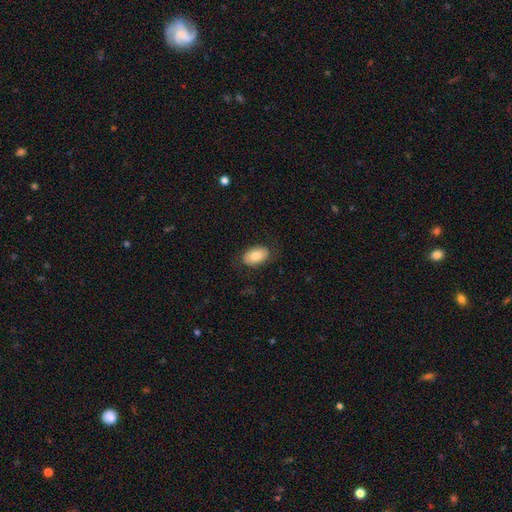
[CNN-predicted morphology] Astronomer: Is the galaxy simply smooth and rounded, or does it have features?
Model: smooth — 79%.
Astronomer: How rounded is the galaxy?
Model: in between — 90%.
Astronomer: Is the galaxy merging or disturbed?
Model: none — 80%.